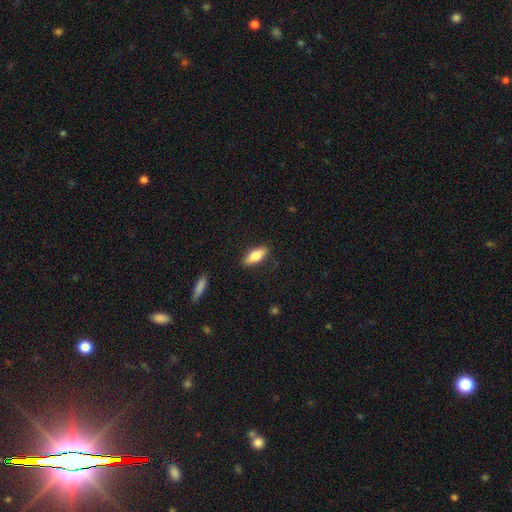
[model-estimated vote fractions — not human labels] Morphology: type=smooth (79%); roundness=in between (76%); merging=none (85%).